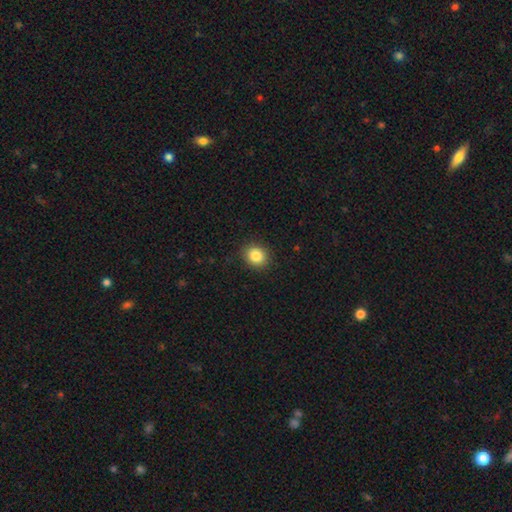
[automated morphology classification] smooth_or_featured: smooth (p=0.86) [alt: star or artifact p=0.09]
how_rounded: round (p=0.69) [alt: in between p=0.30]
merging: none (p=0.90) [alt: minor disturbance p=0.07]